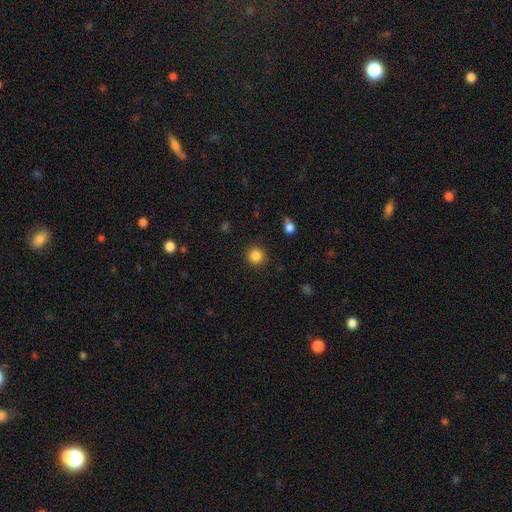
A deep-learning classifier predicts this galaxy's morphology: smooth 86%, star or artifact 11%, featured or disk 4%. Down the decision tree: how rounded — round (93%); merging — none (90%).